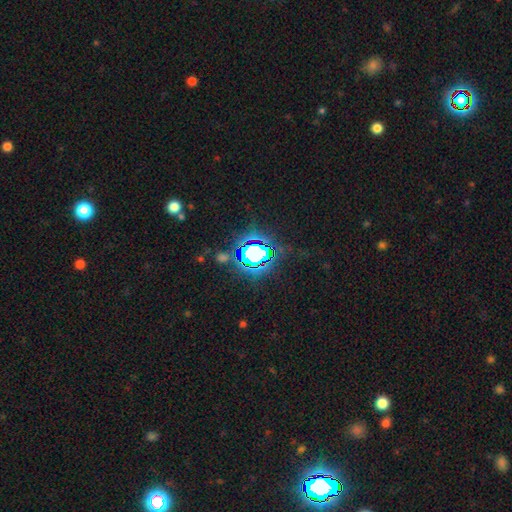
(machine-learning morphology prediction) Smooth or featured?
  - star or artifact: 78% *
  - smooth: 13%
  - featured or disk: 9%